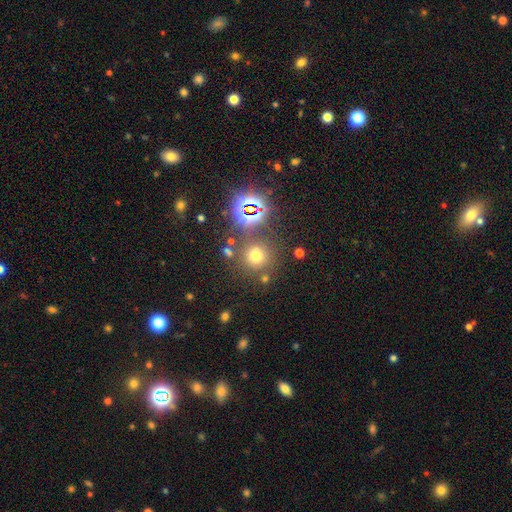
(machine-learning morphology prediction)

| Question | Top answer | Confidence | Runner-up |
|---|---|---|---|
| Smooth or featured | smooth | 61% | star or artifact (30%) |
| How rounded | round | 92% | in between (7%) |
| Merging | none | 76% | merger (10%) |